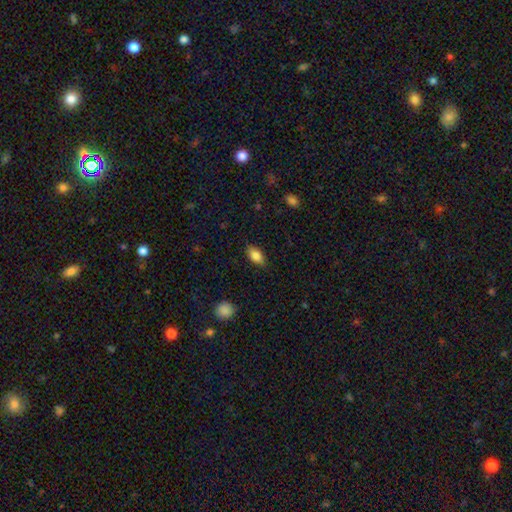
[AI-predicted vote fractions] Overall: smooth (84%). How rounded: in between (90%). Merging: none (85%).